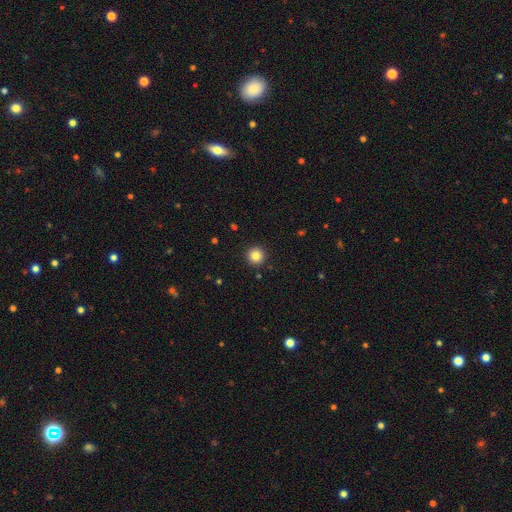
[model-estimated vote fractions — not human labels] Smooth or featured? smooth (84%)
How rounded? round (96%)
Merging? none (93%)